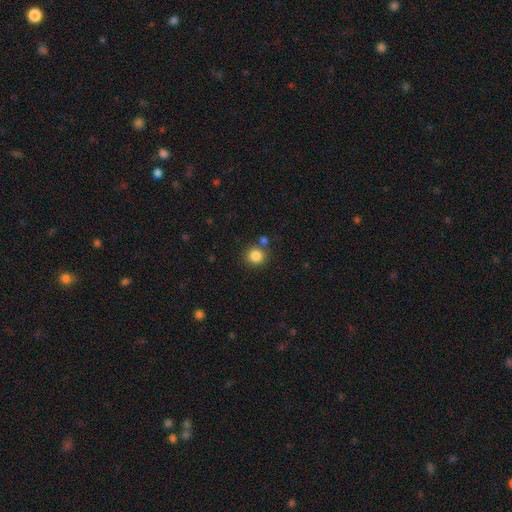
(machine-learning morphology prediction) The model was most divided on "merging": none: 77%, merger: 12%, minor disturbance: 8%, major disturbance: 3%. More confident: how rounded — round (91%); smooth or featured — smooth (85%).